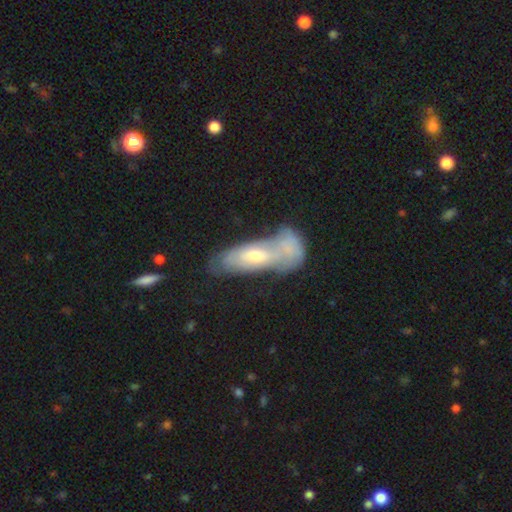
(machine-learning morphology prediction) This is possibly a featured or disk galaxy (51%). It is likely not viewed edge-on (76%). Merging: marginally merger (42%).